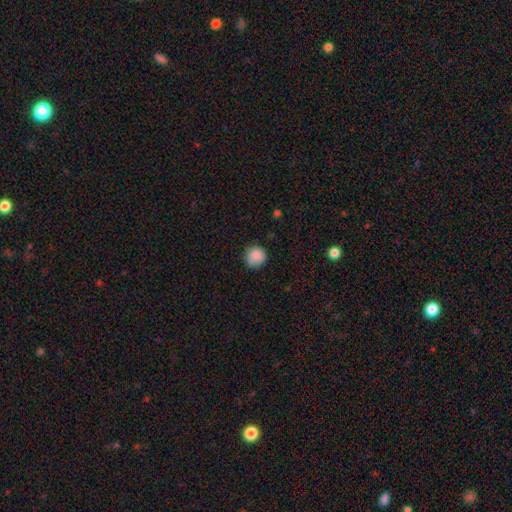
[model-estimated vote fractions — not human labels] Smooth or featured: smooth — 87% (star or artifact — 9%)
How rounded: round — 92% (in between — 7%)
Merging: none — 81% (minor disturbance — 15%)